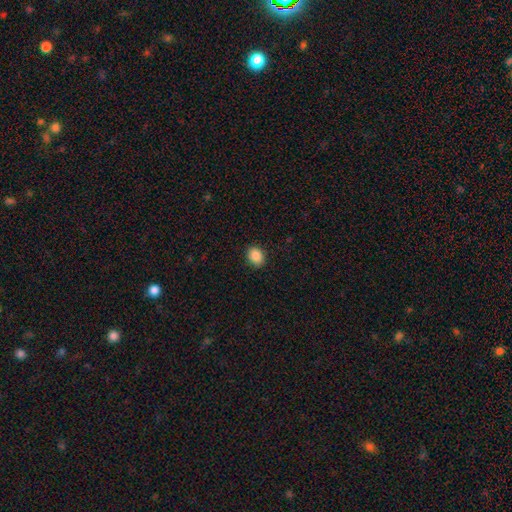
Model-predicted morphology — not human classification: Smooth or featured?
  - smooth: 88% *
  - star or artifact: 9%
  - featured or disk: 3%
How rounded?
  - in between: 52% *
  - round: 47%
  - cigar-shaped: 1%
Merging?
  - none: 90% *
  - minor disturbance: 7%
  - major disturbance: 2%
  - merger: 1%